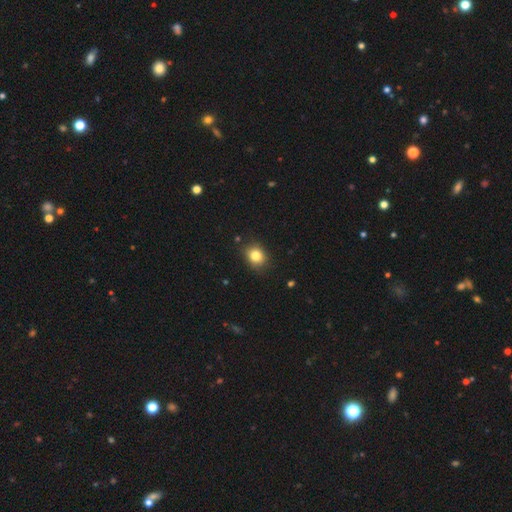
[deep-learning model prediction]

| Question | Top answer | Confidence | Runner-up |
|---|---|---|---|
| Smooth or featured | smooth | 82% | star or artifact (11%) |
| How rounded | round | 64% | in between (35%) |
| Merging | none | 84% | minor disturbance (12%) |